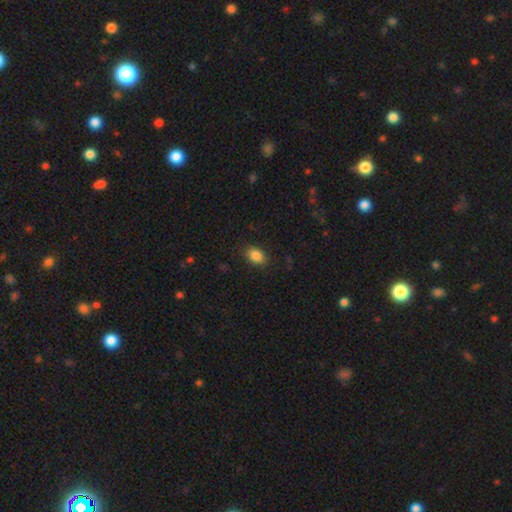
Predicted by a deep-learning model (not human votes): Overall: smooth (86%). How rounded: in between (80%). Merging: none (86%).